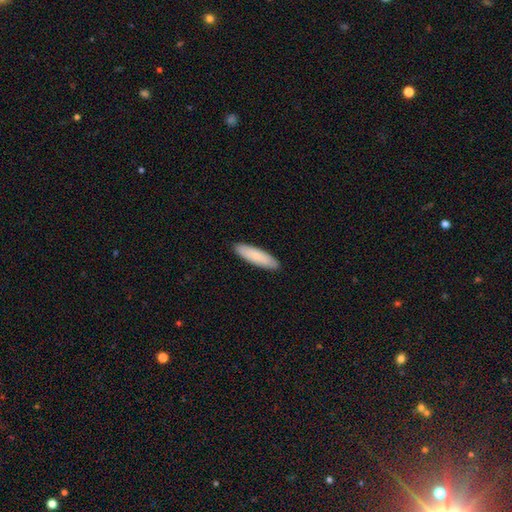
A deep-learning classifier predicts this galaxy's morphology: A smooth galaxy with no disk features (81%) that is cigar-shaped (65%). Merging: none (91%).